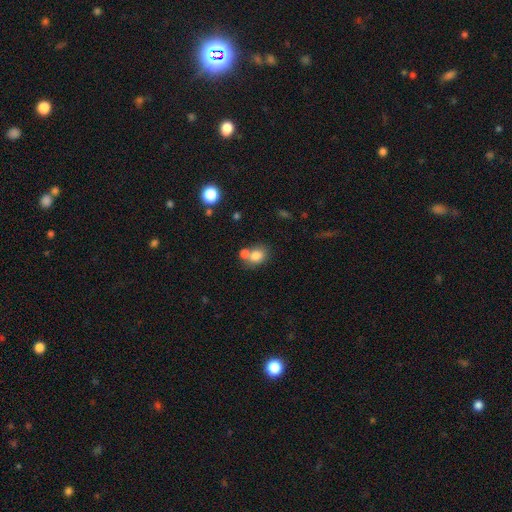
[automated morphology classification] Smooth or featured? Predicted: smooth (p=0.80). How rounded? Predicted: round (p=0.52). Merging? Predicted: none (p=0.45).